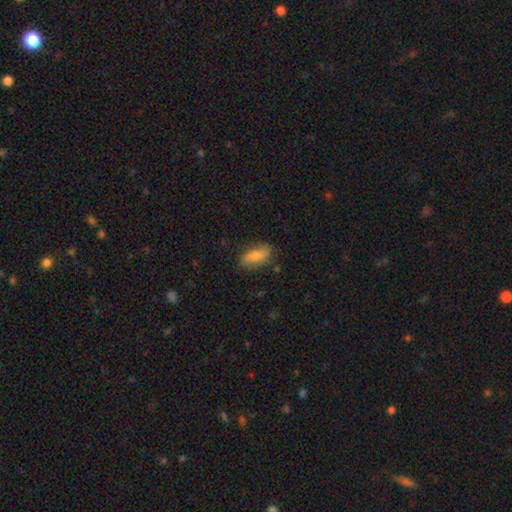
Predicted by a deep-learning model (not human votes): smooth 70%, featured or disk 23%, star or artifact 7%. Down the decision tree: how rounded — in between (83%); merging — none (72%).